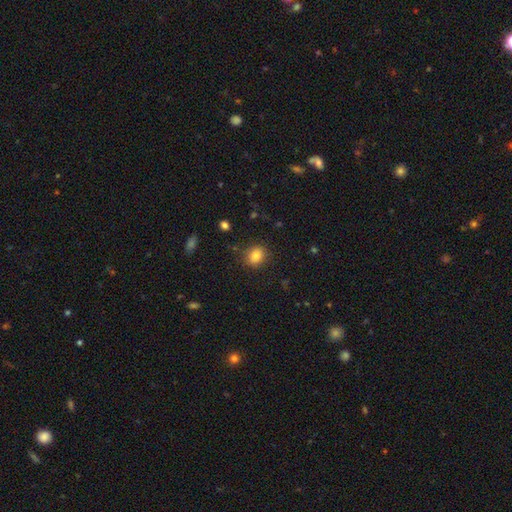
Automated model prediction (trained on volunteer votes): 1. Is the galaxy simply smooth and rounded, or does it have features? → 83% smooth, 10% star or artifact, 6% featured or disk.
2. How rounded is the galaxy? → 57% round, 42% in between, 1% cigar-shaped.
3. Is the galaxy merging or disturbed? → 83% none, 12% minor disturbance, 3% major disturbance, 2% merger.